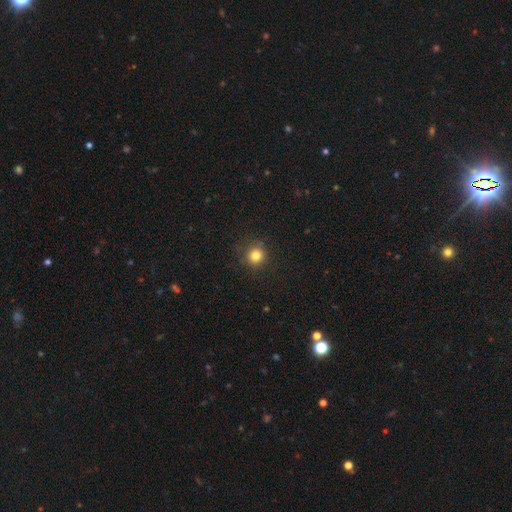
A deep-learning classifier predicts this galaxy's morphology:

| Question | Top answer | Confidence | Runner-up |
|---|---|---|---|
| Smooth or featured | smooth | 80% | star or artifact (14%) |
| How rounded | round | 94% | in between (5%) |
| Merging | none | 88% | minor disturbance (8%) |